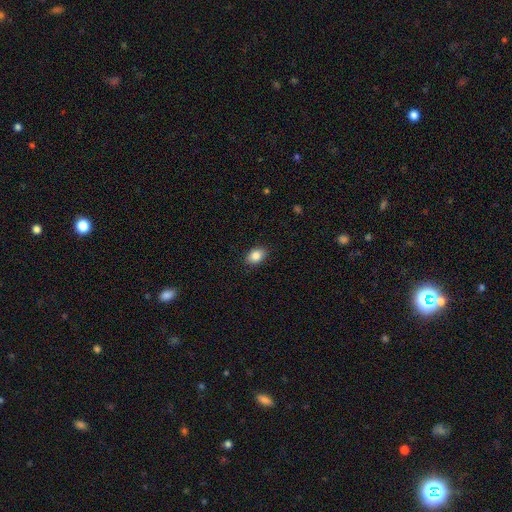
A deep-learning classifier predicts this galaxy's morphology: smooth_or_featured: smooth (p=0.86) [alt: star or artifact p=0.08]
how_rounded: in between (p=0.80) [alt: round p=0.19]
merging: none (p=0.89) [alt: minor disturbance p=0.08]